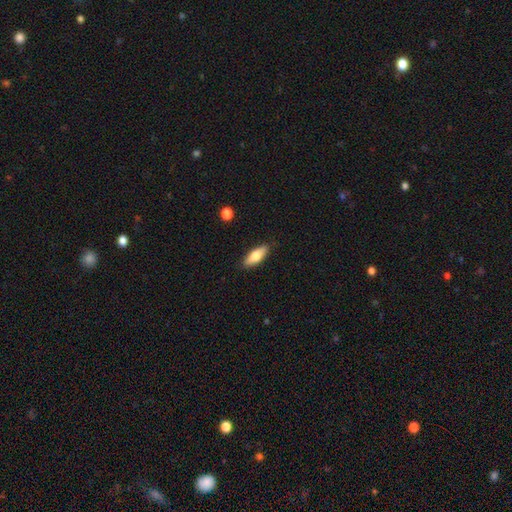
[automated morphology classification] This appears to be a smooth galaxy with no disk features (69%) that is in between round and cigar-shaped (65%). Merging: none (87%).